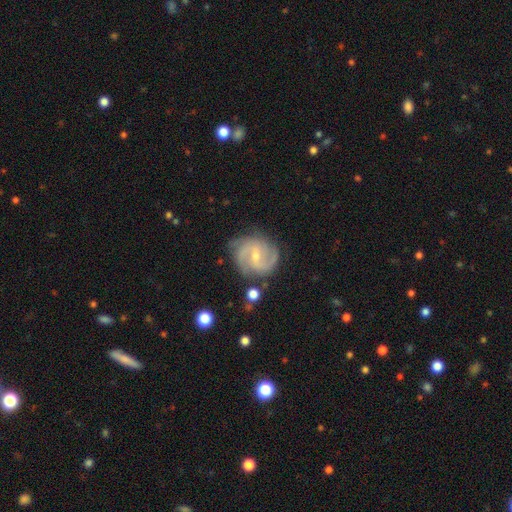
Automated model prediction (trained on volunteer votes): This appears to be a featured or disk galaxy (86%) with a weak bar (57%), 2 (60%) medium (51%) spiral arms (97%) and a small central bulge (62%). Merging: none (73%).